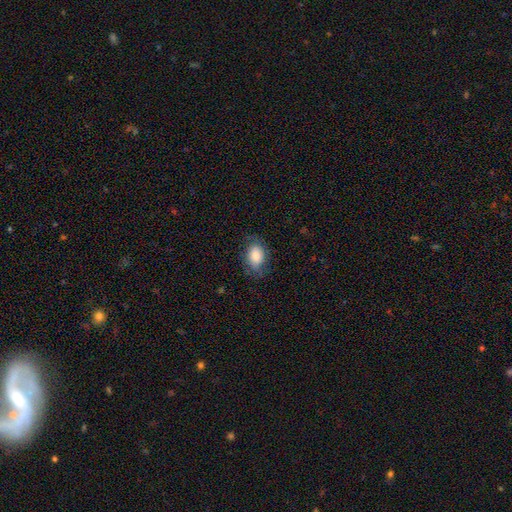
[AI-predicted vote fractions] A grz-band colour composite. It shows a smooth galaxy with no disk features (75%) that is in between round and cigar-shaped (84%). Merging: none (69%).